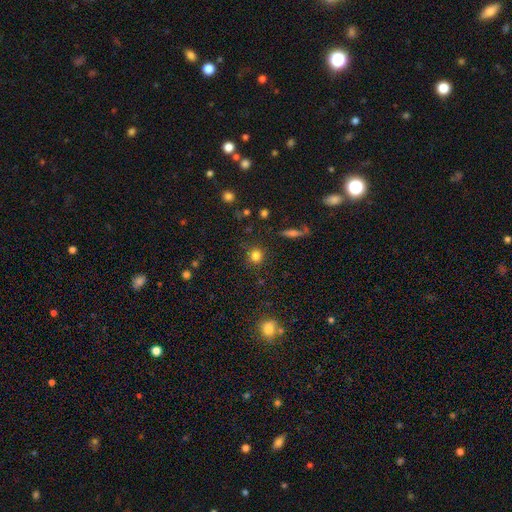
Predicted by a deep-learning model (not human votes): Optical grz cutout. It shows a smooth galaxy with no disk features (80%) that is round (90%). Merging: none (86%).